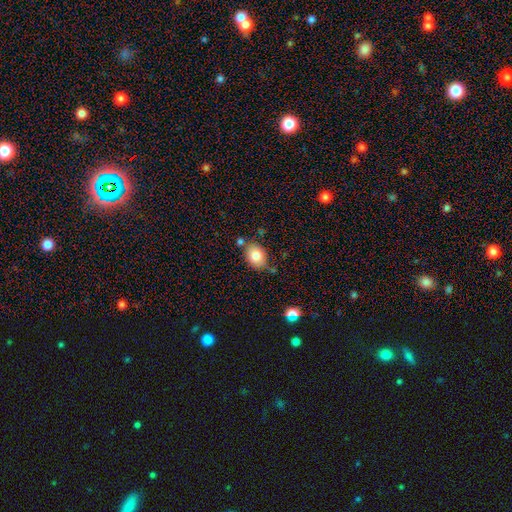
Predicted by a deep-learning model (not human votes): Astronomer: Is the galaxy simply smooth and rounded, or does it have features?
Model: smooth — 81%.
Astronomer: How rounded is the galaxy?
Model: in between — 61% (runner-up: round, 38%).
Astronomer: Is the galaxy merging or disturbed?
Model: none — 69%.